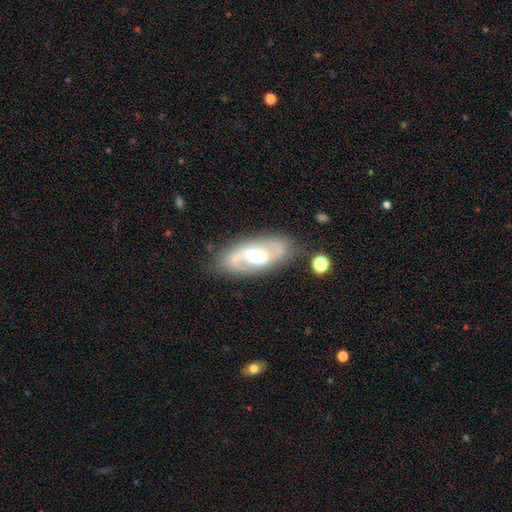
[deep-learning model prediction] Smooth or featured? Predicted: featured or disk (p=0.82). Edge-on disk? Predicted: no (p=0.93). Bar? Predicted: weak (p=0.47). Spiral arms? Predicted: yes (p=0.90). Spiral winding? Predicted: medium (p=0.49). Spiral arm count? Predicted: 2 (p=0.88). Bulge size? Predicted: moderate (p=0.54). Merging? Predicted: none (p=0.79).